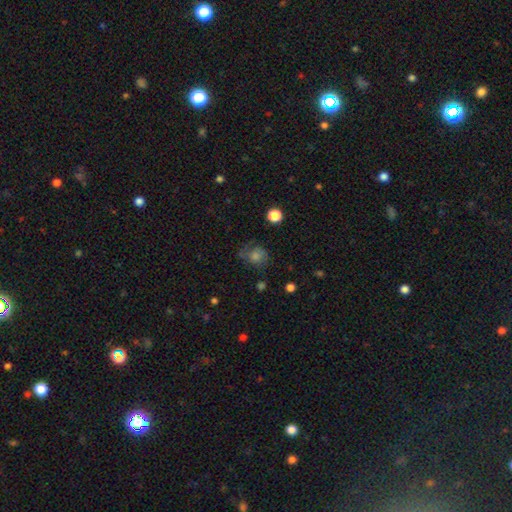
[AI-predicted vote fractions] Morphology: type=smooth (41%); merging=none (65%).